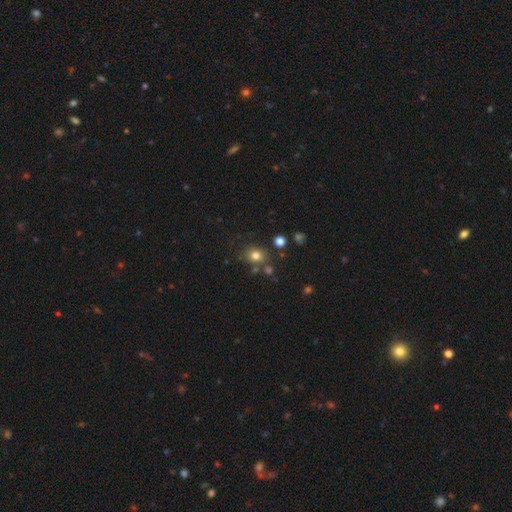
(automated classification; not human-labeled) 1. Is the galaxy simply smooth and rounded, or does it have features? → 77% smooth, 15% star or artifact, 8% featured or disk.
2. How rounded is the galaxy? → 64% round, 35% in between, 1% cigar-shaped.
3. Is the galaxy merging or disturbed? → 74% none, 12% minor disturbance, 10% merger, 4% major disturbance.